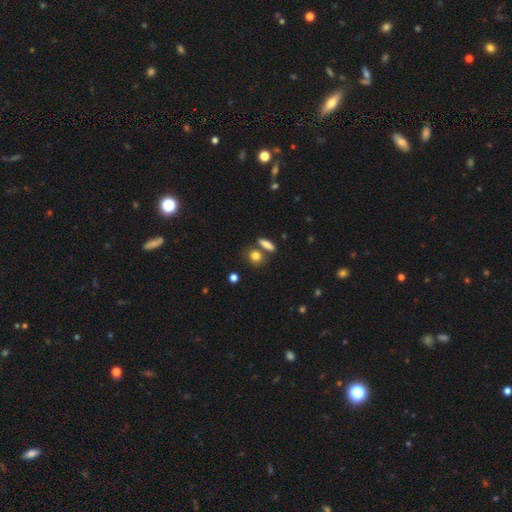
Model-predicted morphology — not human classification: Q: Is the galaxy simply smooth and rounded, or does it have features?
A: smooth — 81%.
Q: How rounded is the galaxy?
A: round — 55%.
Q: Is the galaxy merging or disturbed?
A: none — 67%.